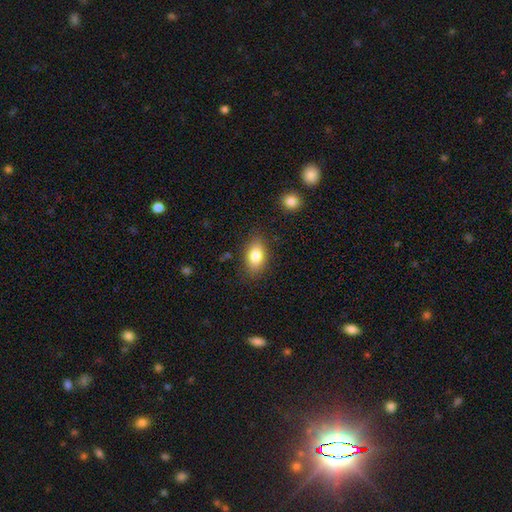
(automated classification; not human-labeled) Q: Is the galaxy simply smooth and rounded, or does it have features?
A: smooth — 82%.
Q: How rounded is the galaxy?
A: in between — 88%.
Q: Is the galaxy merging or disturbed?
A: none — 83%.